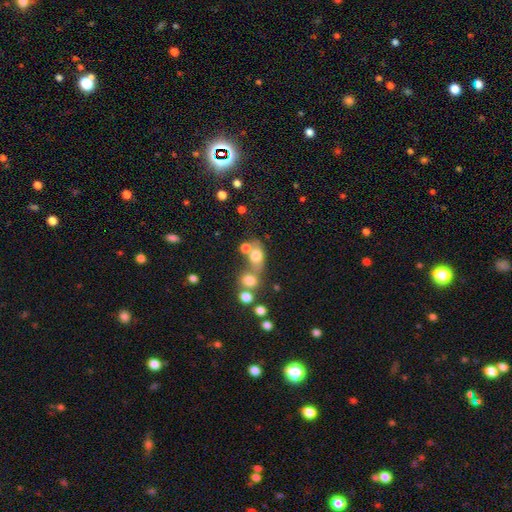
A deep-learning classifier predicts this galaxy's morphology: smooth_or_featured: smooth (p=0.71) [alt: featured or disk p=0.16]
how_rounded: in between (p=0.59) [alt: round p=0.38]
merging: merger (p=0.41) [alt: none p=0.39]